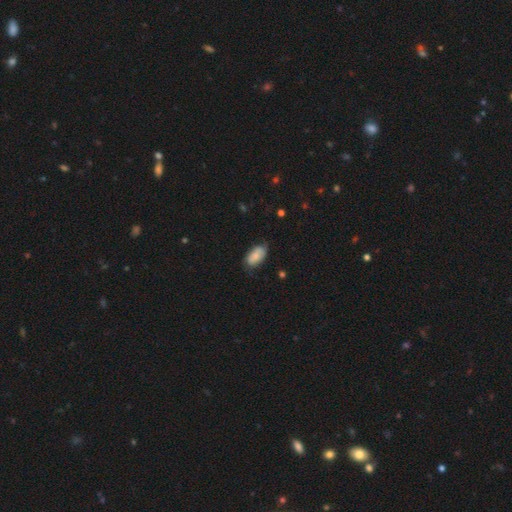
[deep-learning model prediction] This appears to be a smooth galaxy with no disk features (74%) that is in between round and cigar-shaped (93%). Merging: none (66%).